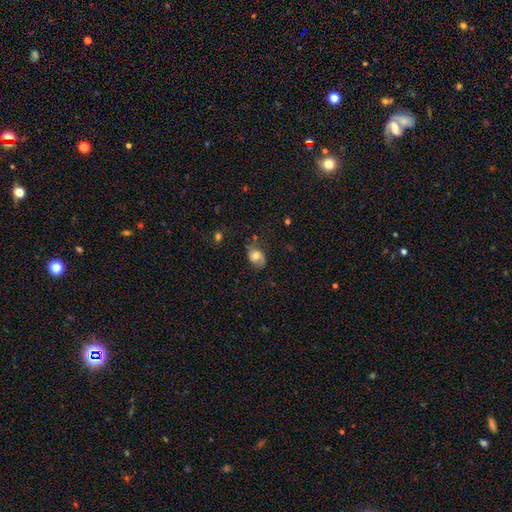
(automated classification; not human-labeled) The model was most divided on "smooth or featured": smooth: 61%, featured or disk: 30%, star or artifact: 9%. More confident: how rounded — in between (69%); merging — none (63%).